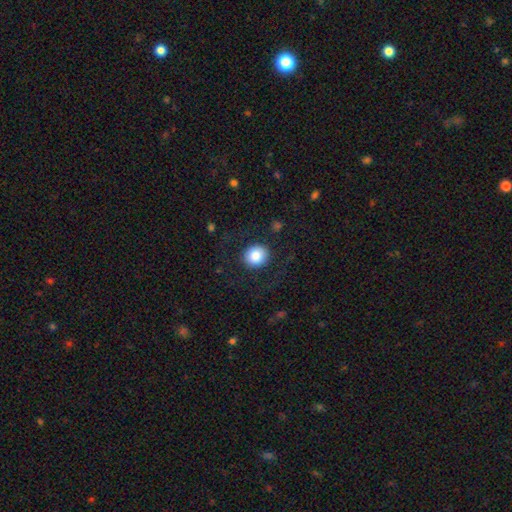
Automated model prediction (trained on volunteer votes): Smooth or featured: smooth — 84% (star or artifact — 8%)
How rounded: round — 83% (in between — 16%)
Merging: none — 86% (minor disturbance — 8%)